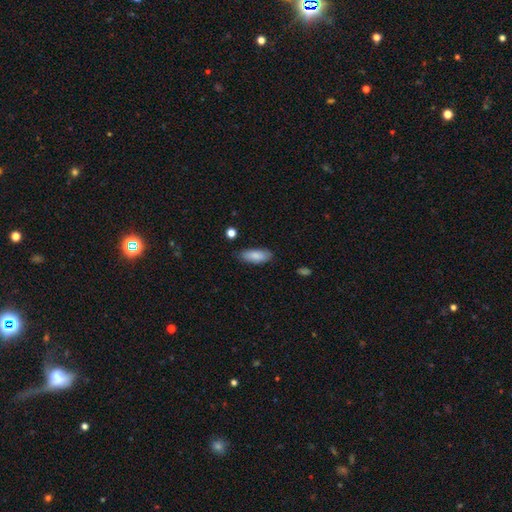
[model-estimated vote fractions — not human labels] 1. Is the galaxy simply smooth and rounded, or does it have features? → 85% smooth, 9% featured or disk, 6% star or artifact.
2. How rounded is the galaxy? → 76% in between, 22% cigar-shaped, 2% round.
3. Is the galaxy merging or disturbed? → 79% none, 16% minor disturbance, 3% major disturbance, 2% merger.